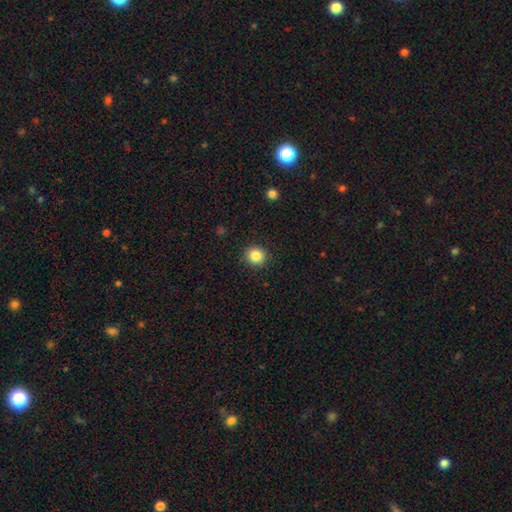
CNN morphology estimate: smooth_or_featured: smooth (p=0.85) [alt: star or artifact p=0.11]
how_rounded: round (p=0.91) [alt: in between p=0.09]
merging: none (p=0.91) [alt: minor disturbance p=0.06]